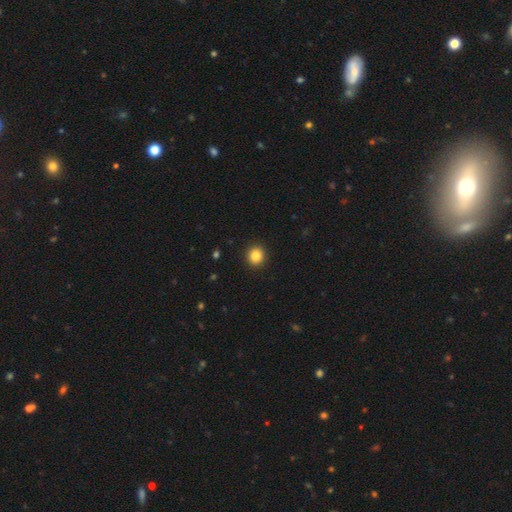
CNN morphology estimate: Smooth or featured: smooth — 85% (star or artifact — 10%)
How rounded: round — 90% (in between — 9%)
Merging: none — 93% (minor disturbance — 5%)